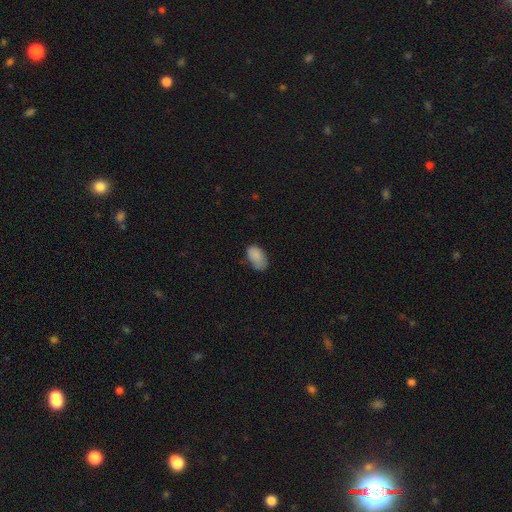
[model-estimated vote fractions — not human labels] Smooth or featured? smooth (86%)
How rounded? in between (93%)
Merging? none (61%)